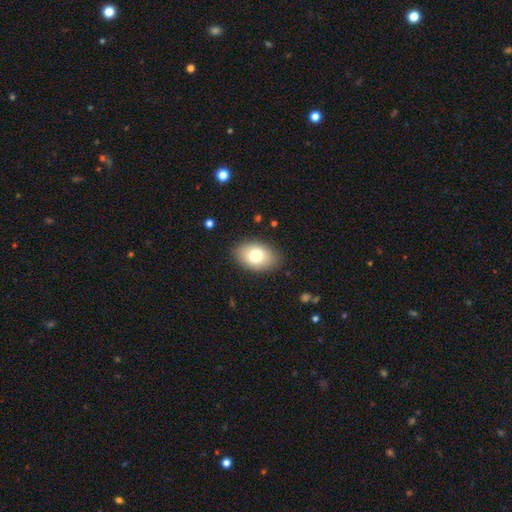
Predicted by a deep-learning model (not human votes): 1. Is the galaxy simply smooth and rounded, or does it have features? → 77% smooth, 15% featured or disk, 8% star or artifact.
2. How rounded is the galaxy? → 86% in between, 13% round, 1% cigar-shaped.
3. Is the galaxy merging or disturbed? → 86% none, 11% minor disturbance, 3% major disturbance, 1% merger.